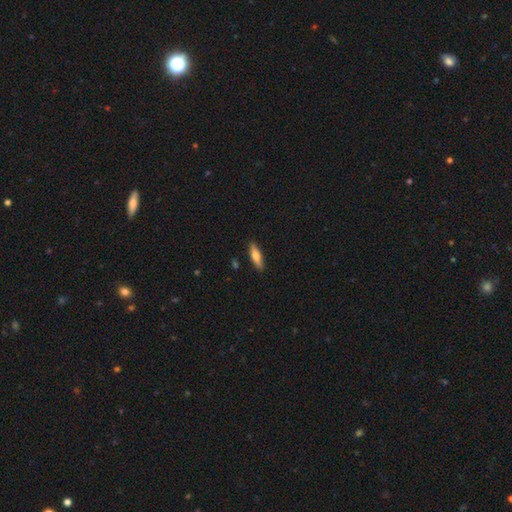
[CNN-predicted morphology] smooth 68%, featured or disk 26%, star or artifact 6%. Down the decision tree: how rounded — cigar-shaped (64%); merging — none (87%).